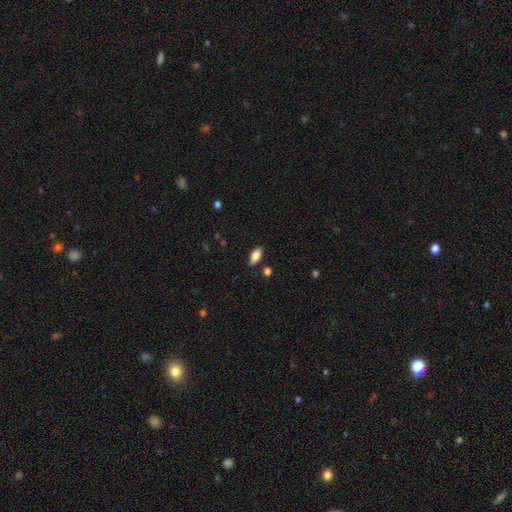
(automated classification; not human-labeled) smooth_or_featured: smooth (p=0.84) [alt: featured or disk p=0.09]
how_rounded: in between (p=0.87) [alt: cigar-shaped p=0.10]
merging: none (p=0.83) [alt: minor disturbance p=0.12]